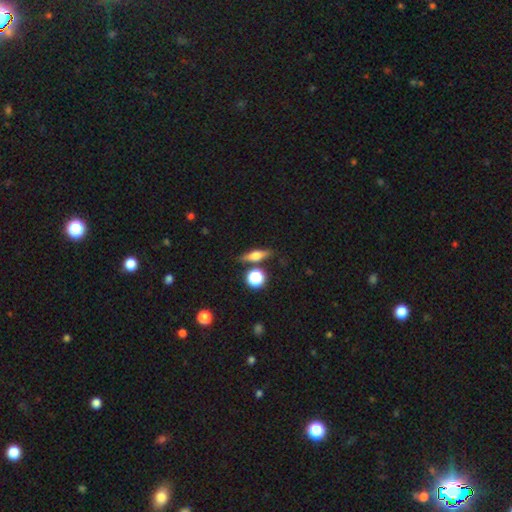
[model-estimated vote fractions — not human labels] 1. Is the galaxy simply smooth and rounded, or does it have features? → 49% smooth, 40% featured or disk, 11% star or artifact.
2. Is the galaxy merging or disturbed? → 77% none, 12% minor disturbance, 7% merger, 4% major disturbance.